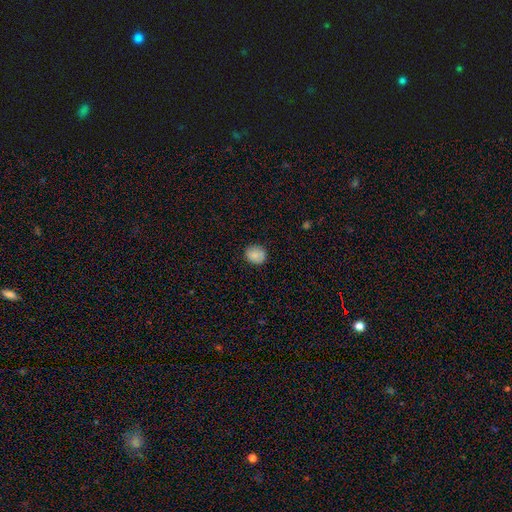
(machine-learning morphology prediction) A smooth galaxy with no disk features (87%) that is round (75%).

Vote fractions:
- Smooth or featured? smooth: 87% / star or artifact: 8% / featured or disk: 5%
- How rounded? round: 75% / in between: 24% / cigar-shaped: 1%
- Merging? none: 87% / minor disturbance: 10% / major disturbance: 2% / merger: 1%